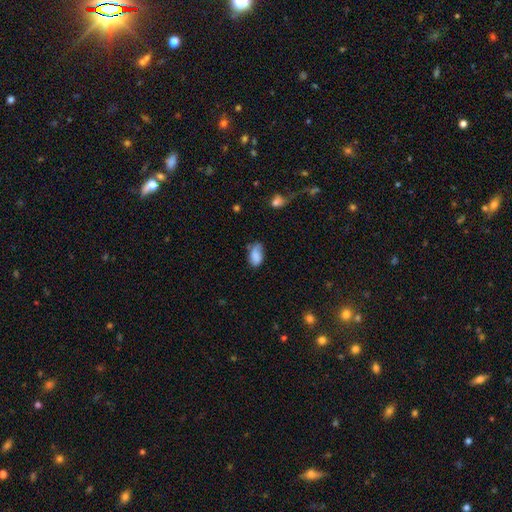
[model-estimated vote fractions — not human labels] Smooth or featured?
  - smooth: 80% *
  - featured or disk: 11%
  - star or artifact: 8%
How rounded?
  - in between: 91% *
  - round: 7%
  - cigar-shaped: 2%
Merging?
  - none: 52% *
  - minor disturbance: 33%
  - major disturbance: 10%
  - merger: 4%